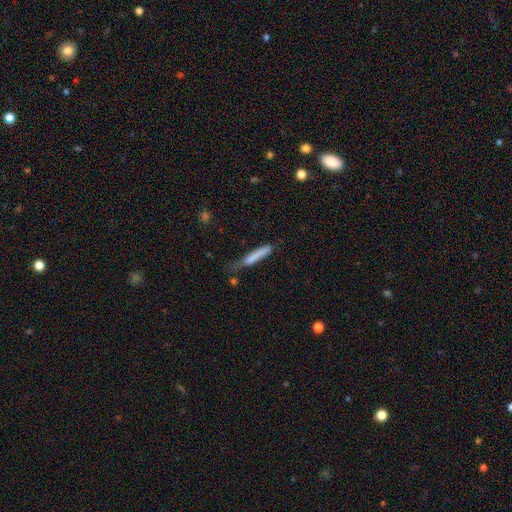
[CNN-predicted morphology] smooth 75%, featured or disk 18%, star or artifact 7%. Down the decision tree: how rounded — cigar-shaped (93%); merging — none (49%).